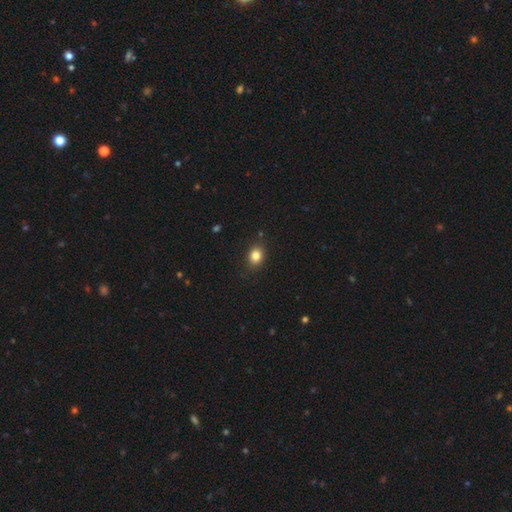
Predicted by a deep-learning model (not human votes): This appears to be a smooth galaxy with no disk features (83%) that is round (50%). Merging: none (87%).